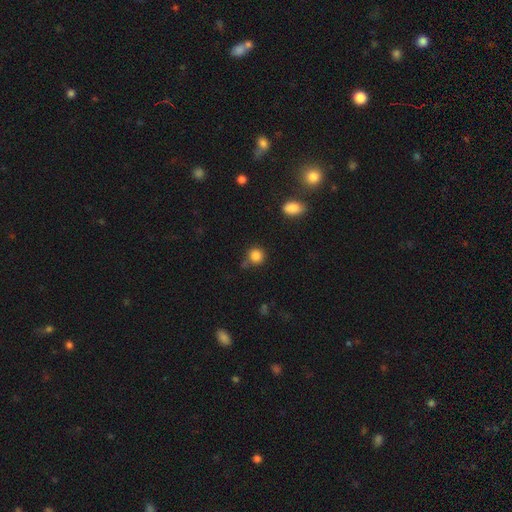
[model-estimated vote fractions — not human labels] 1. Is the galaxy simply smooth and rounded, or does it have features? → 85% smooth, 11% star or artifact, 4% featured or disk.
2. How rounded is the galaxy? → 91% round, 8% in between, 1% cigar-shaped.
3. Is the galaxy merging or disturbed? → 76% none, 12% minor disturbance, 8% merger, 4% major disturbance.